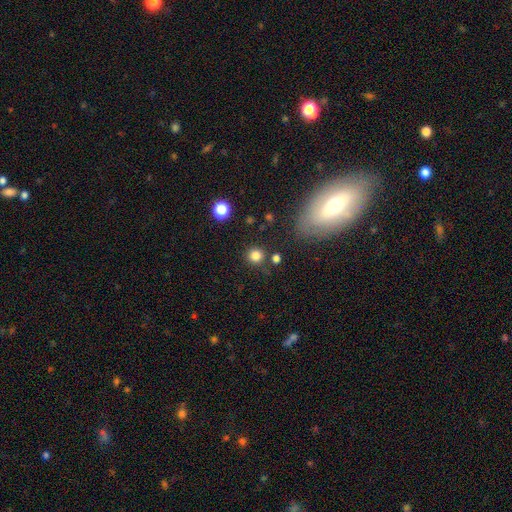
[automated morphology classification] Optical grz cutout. It shows a smooth galaxy with no disk features (81%) that is round (92%). Merging: none (83%).